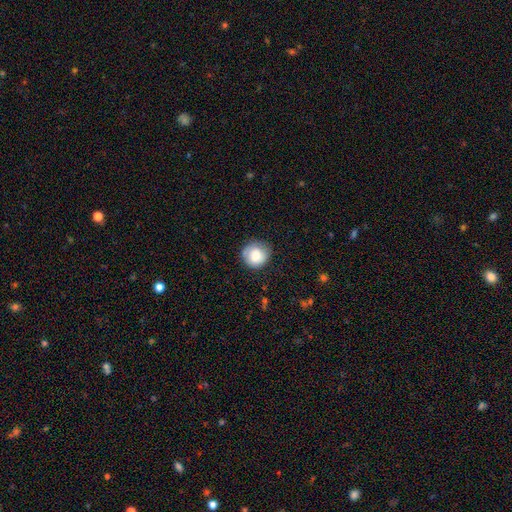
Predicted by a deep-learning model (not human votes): Smooth or featured?
  - smooth: 79% *
  - featured or disk: 14%
  - star or artifact: 8%
How rounded?
  - round: 90% *
  - in between: 9%
  - cigar-shaped: 1%
Merging?
  - none: 75% *
  - minor disturbance: 18%
  - major disturbance: 5%
  - merger: 1%